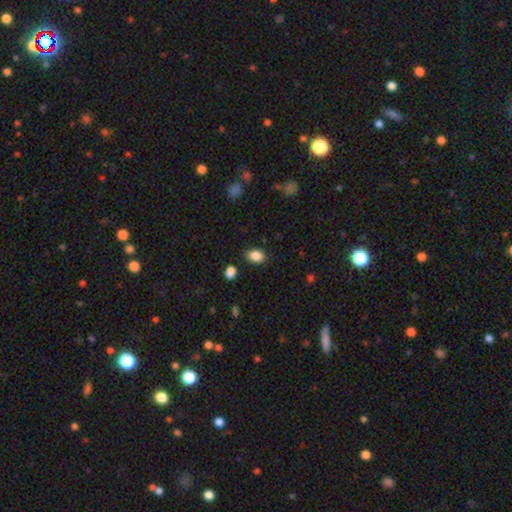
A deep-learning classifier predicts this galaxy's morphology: The model was most divided on "how rounded": in between: 81%, round: 18%, cigar-shaped: 1%. More confident: smooth or featured — smooth (87%); merging — none (85%).